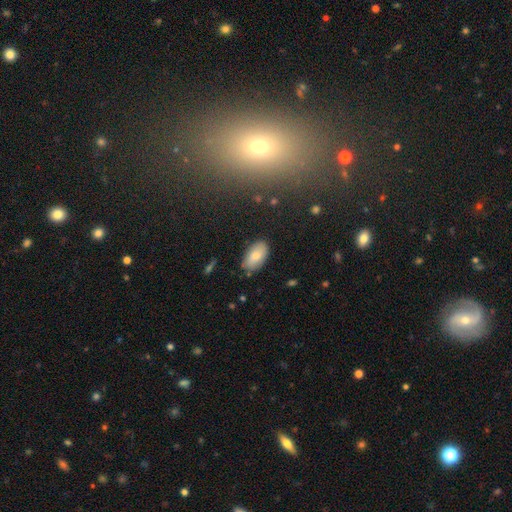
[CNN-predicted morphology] Q: Smooth or featured?
A: smooth (79%); runner-up: featured or disk (13%)
Q: How rounded?
A: in between (95%); runner-up: round (4%)
Q: Merging?
A: none (80%); runner-up: minor disturbance (15%)